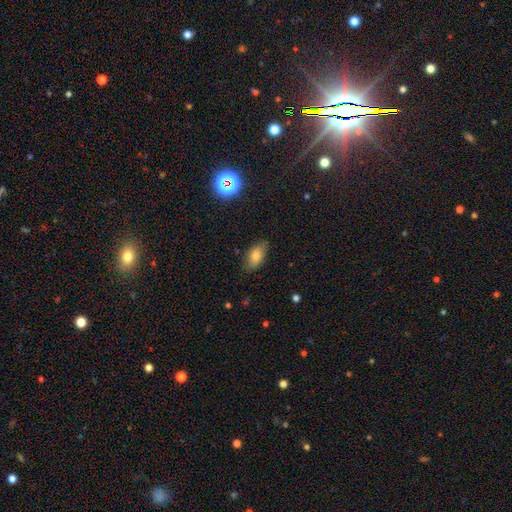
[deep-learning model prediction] Smooth or featured: smooth — 73% (featured or disk — 15%)
How rounded: in between — 91% (round — 5%)
Merging: none — 80% (minor disturbance — 16%)